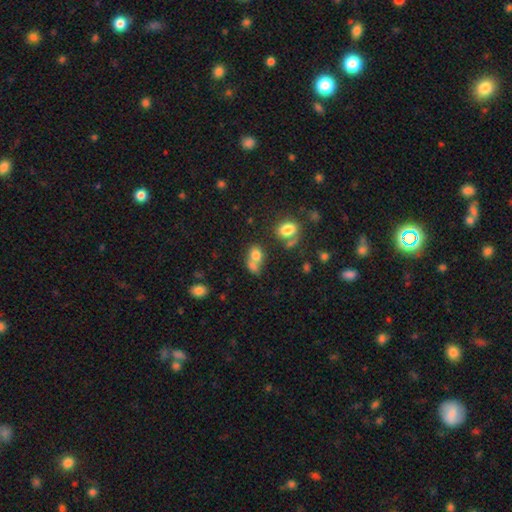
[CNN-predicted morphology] Smooth or featured?
  - smooth: 75% *
  - star or artifact: 13%
  - featured or disk: 13%
How rounded?
  - in between: 60% *
  - round: 38%
  - cigar-shaped: 2%
Merging?
  - merger: 57% *
  - none: 29%
  - minor disturbance: 9%
  - major disturbance: 6%